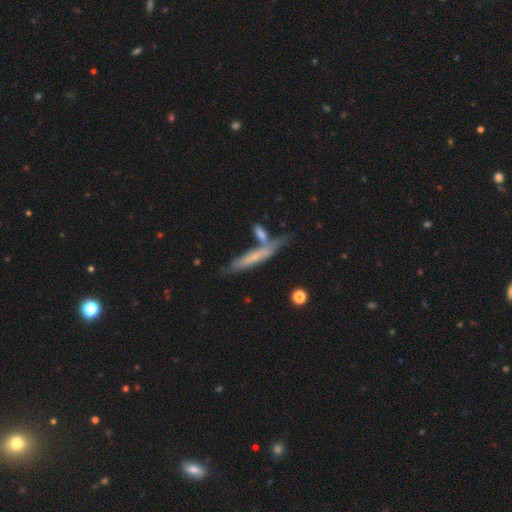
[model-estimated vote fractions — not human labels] smooth 48%, featured or disk 44%, star or artifact 7%. Down the decision tree: merging — none (57%).